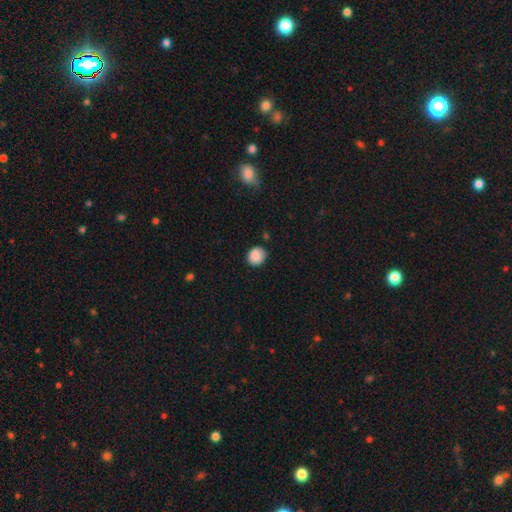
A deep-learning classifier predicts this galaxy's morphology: This appears to be a smooth galaxy with no disk features (87%) that is round (75%). Merging: none (82%).